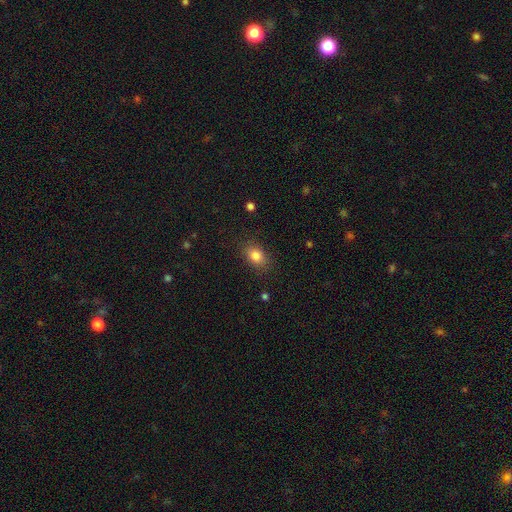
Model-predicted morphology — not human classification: Q: Smooth or featured?
A: smooth (84%); runner-up: star or artifact (10%)
Q: How rounded?
A: in between (72%); runner-up: round (26%)
Q: Merging?
A: none (85%); runner-up: minor disturbance (11%)